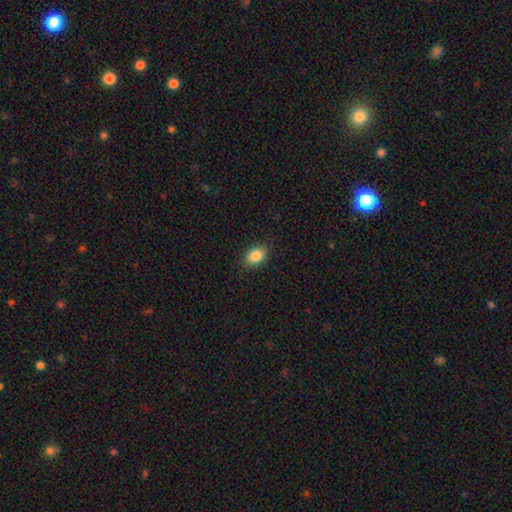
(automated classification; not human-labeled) Smooth or featured? smooth (85%)
How rounded? in between (73%)
Merging? none (88%)